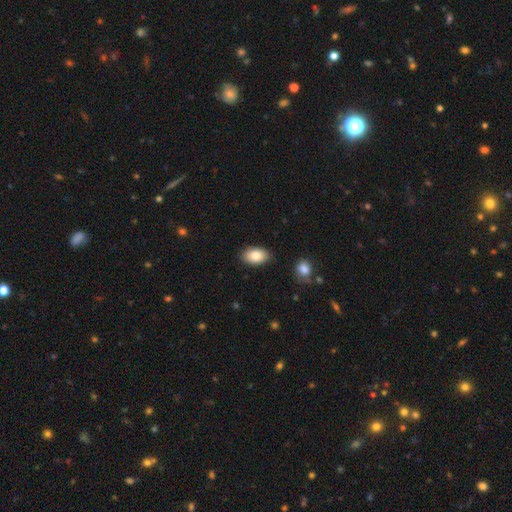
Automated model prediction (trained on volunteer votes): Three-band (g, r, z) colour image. It shows a smooth galaxy with no disk features (82%) that is in between round and cigar-shaped (92%). Merging: none (87%).